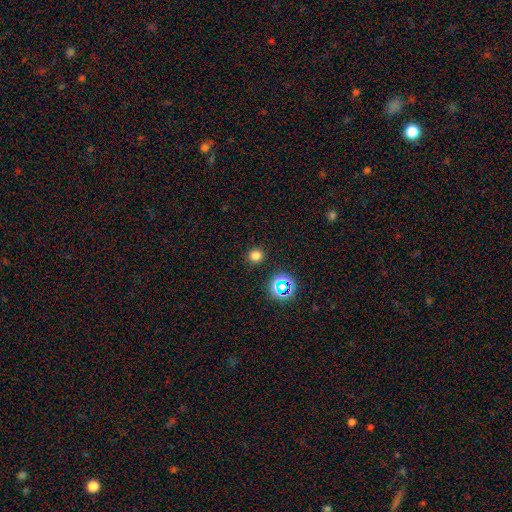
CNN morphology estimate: smooth_or_featured: smooth (p=0.74) [alt: star or artifact p=0.21]
how_rounded: round (p=0.90) [alt: in between p=0.09]
merging: none (p=0.90) [alt: minor disturbance p=0.06]